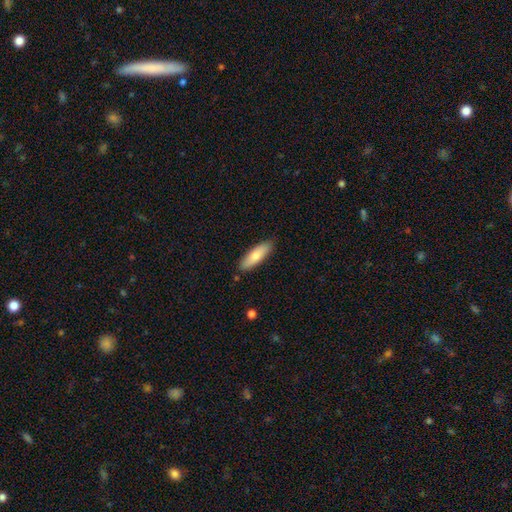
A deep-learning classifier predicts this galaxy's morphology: This is likely a smooth galaxy (75%). How rounded: possibly cigar-shaped (50%). Merging: clearly none (86%).